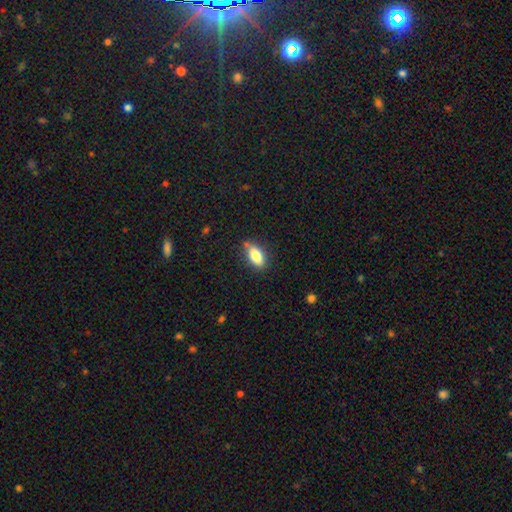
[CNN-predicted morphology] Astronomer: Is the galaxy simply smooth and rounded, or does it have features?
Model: smooth — 78%.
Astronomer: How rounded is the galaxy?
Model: in between — 86%.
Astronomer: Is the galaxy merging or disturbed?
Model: none — 77%.